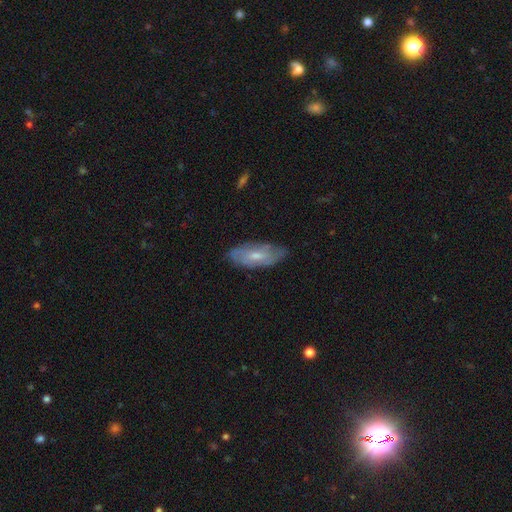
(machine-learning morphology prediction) Q: Smooth or featured?
A: featured or disk (49%); runner-up: smooth (45%)
Q: Merging?
A: none (74%); runner-up: minor disturbance (21%)